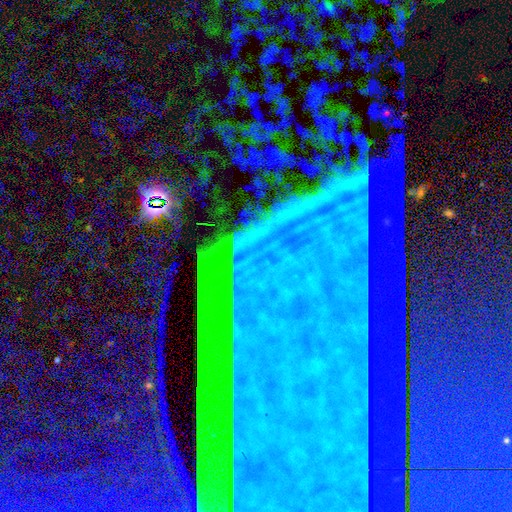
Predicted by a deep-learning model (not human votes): Morphology: type=star or artifact (78%).